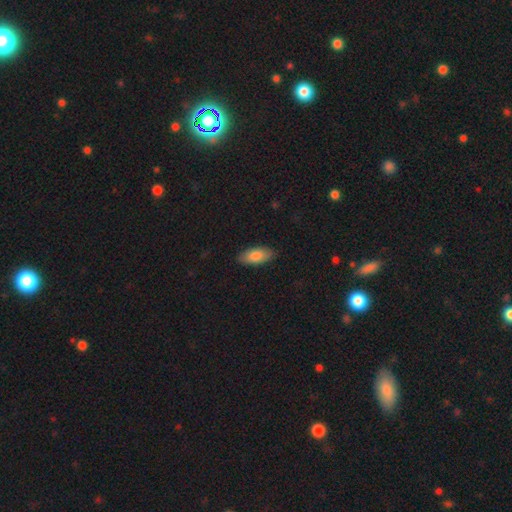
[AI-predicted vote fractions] Overall: smooth (82%). How rounded: in between (88%). Merging: none (86%).